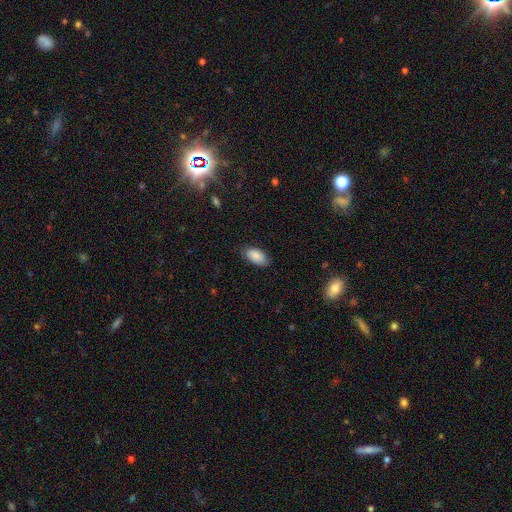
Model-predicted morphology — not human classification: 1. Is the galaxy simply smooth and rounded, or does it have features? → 87% smooth, 7% featured or disk, 6% star or artifact.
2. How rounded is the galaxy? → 94% in between, 3% cigar-shaped, 2% round.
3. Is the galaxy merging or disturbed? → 82% none, 14% minor disturbance, 3% major disturbance, 1% merger.